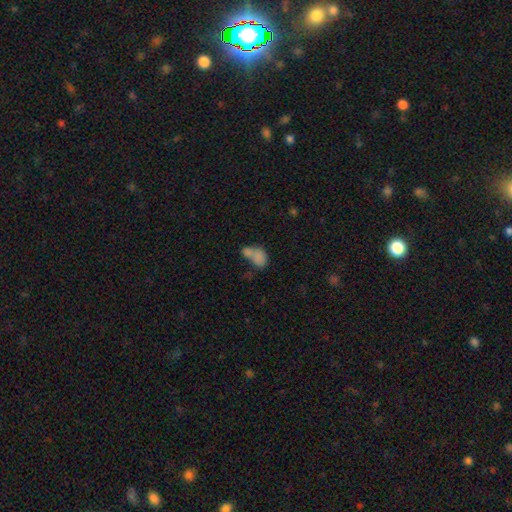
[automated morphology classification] smooth 75%, featured or disk 15%, star or artifact 10%. Down the decision tree: how rounded — in between (78%); merging — merger (63%).